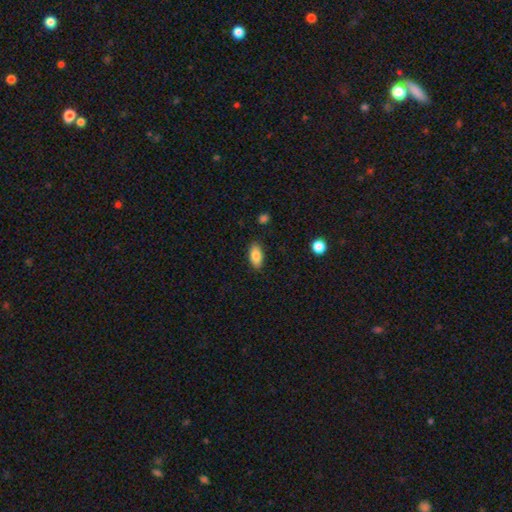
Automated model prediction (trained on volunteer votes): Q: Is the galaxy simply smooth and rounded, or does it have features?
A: smooth — 84%.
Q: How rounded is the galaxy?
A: in between — 90%.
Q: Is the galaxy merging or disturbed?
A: none — 86%.